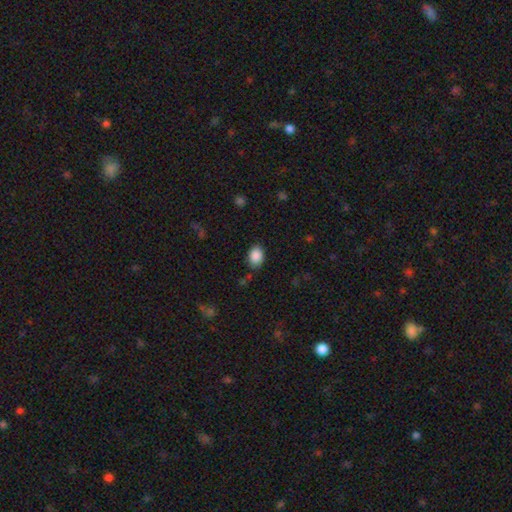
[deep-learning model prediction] Overall: smooth (88%). How rounded: in between (70%). Merging: none (81%).